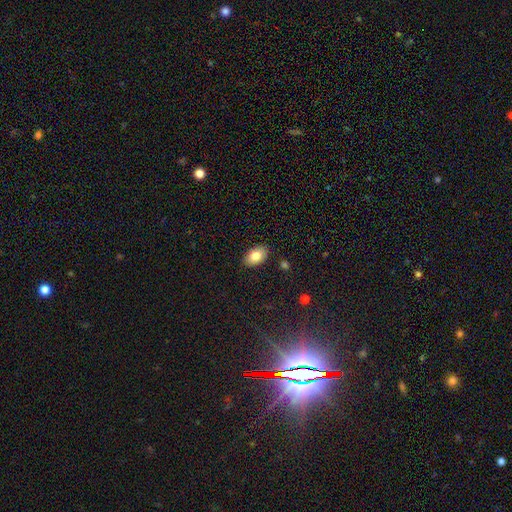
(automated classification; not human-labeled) This is clearly a smooth galaxy (83%). How rounded: clearly in between (92%). Merging: clearly none (87%).